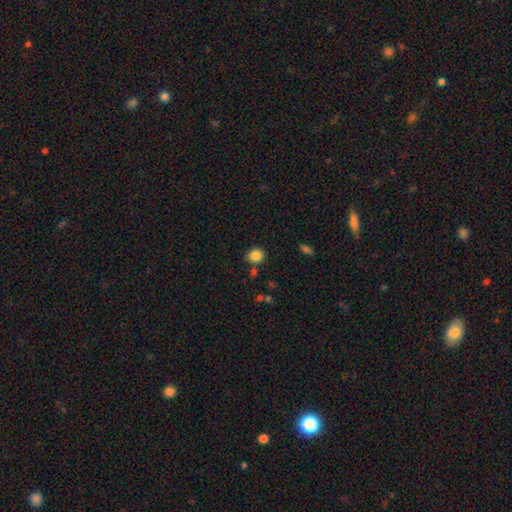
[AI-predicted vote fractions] Q: Smooth or featured?
A: smooth (85%); runner-up: star or artifact (10%)
Q: How rounded?
A: round (77%); runner-up: in between (22%)
Q: Merging?
A: none (81%); runner-up: minor disturbance (10%)